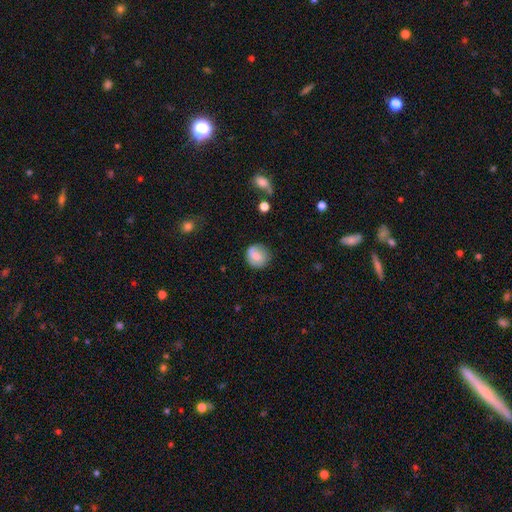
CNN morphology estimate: This appears to be a smooth galaxy with no disk features (70%) that is round (87%). Merging: none (75%).